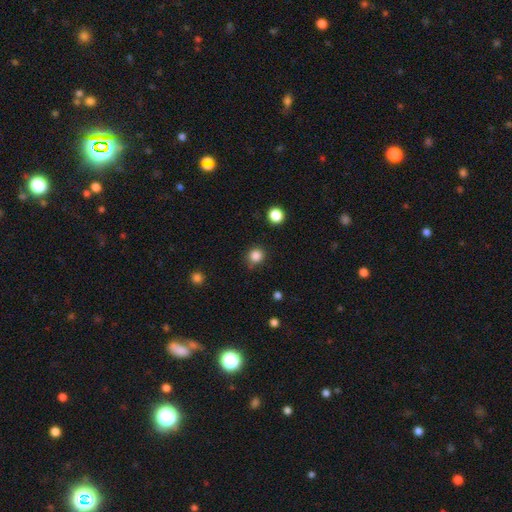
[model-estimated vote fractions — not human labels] This appears to be a smooth galaxy with no disk features (84%) that is round (90%). Merging: none (79%).